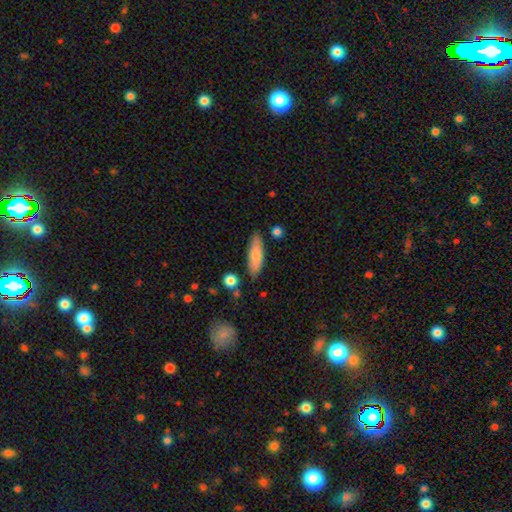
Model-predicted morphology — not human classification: This appears to be a smooth galaxy with no disk features (73%) that is cigar-shaped (52%). Merging: none (82%).